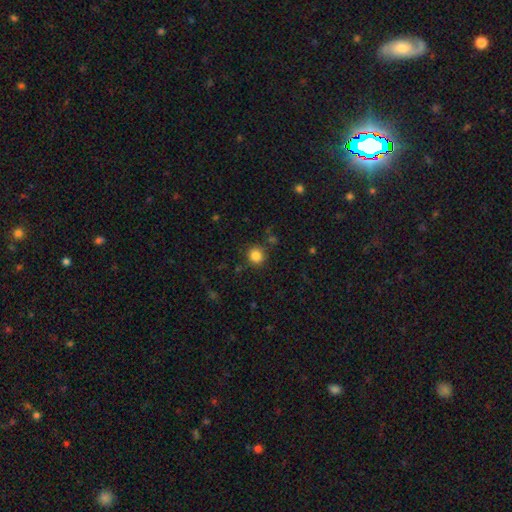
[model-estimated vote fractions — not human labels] Overall: smooth (84%). How rounded: round (90%). Merging: none (85%).